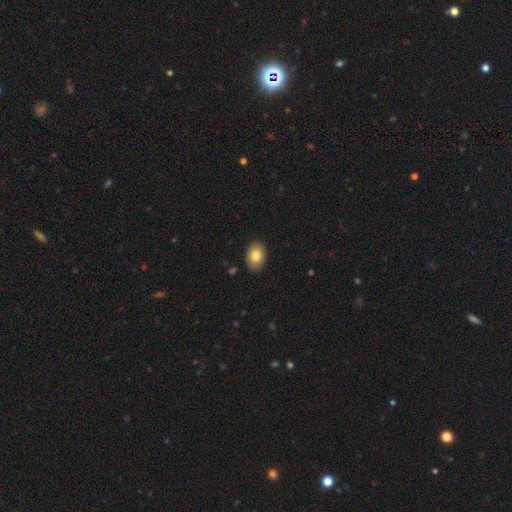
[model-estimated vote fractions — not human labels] This is clearly a smooth galaxy (81%). How rounded: clearly in between (86%). Merging: clearly none (89%).